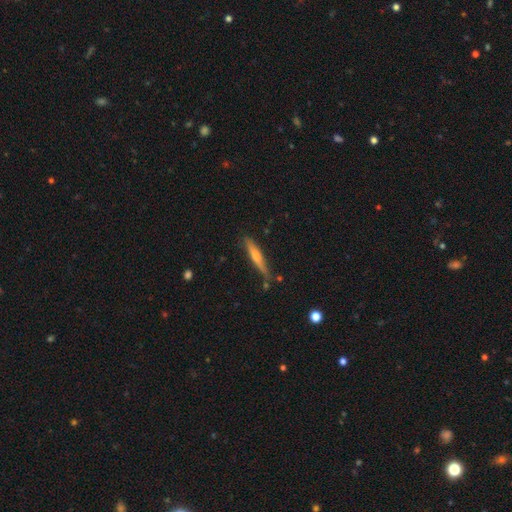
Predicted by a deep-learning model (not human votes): Q: Smooth or featured?
A: featured or disk (53%); runner-up: smooth (40%)
Q: Edge-on disk?
A: yes (95%); runner-up: no (5%)
Q: Edge-on bulge?
A: rounded (76%); runner-up: none (18%)
Q: Merging?
A: none (78%); runner-up: minor disturbance (15%)